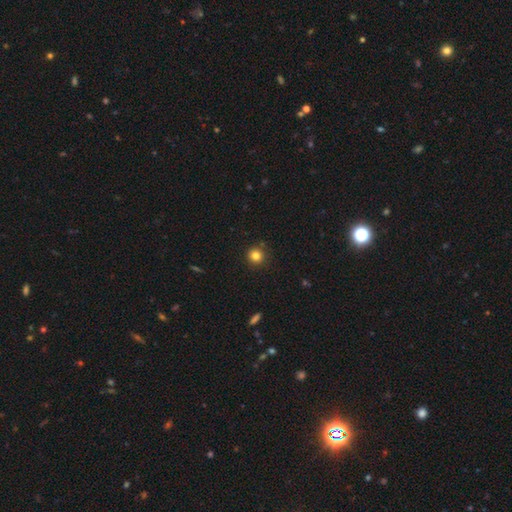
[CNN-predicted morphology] This appears to be a smooth galaxy with no disk features (81%) that is round (93%). Merging: none (87%).